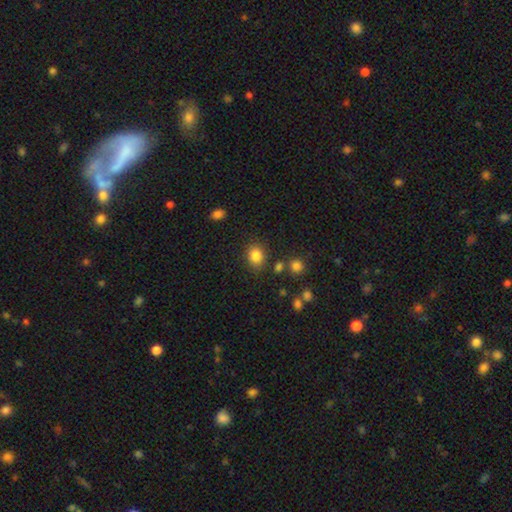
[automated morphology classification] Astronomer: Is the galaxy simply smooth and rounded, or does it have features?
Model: smooth — 84%.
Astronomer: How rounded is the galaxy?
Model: round — 52% (runner-up: in between, 47%).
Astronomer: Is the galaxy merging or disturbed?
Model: none — 81%.